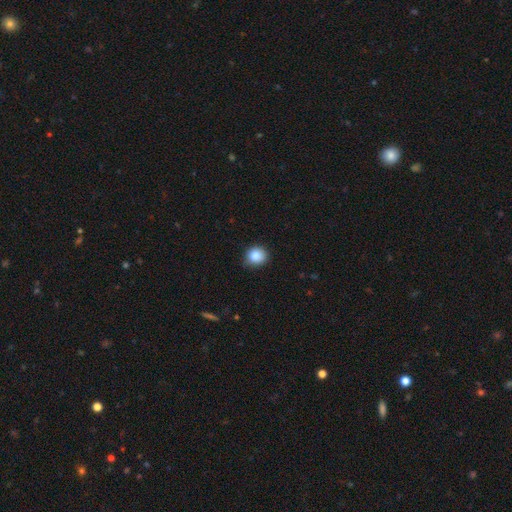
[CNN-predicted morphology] type=smooth (87%); roundness=round (84%); merging=none (79%).